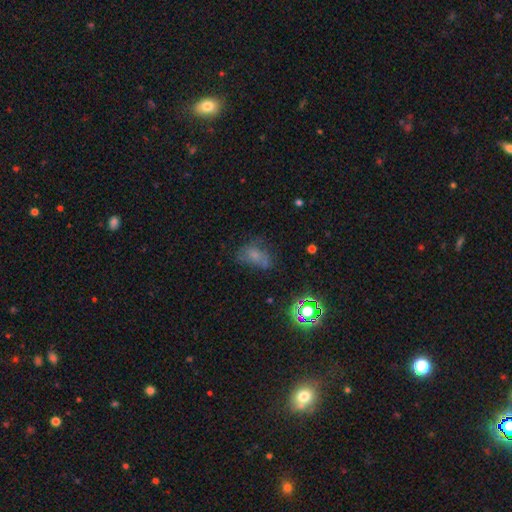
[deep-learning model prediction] Smooth or featured? Predicted: smooth (p=0.51). How rounded? Predicted: in between (p=0.79). Merging? Predicted: none (p=0.41).